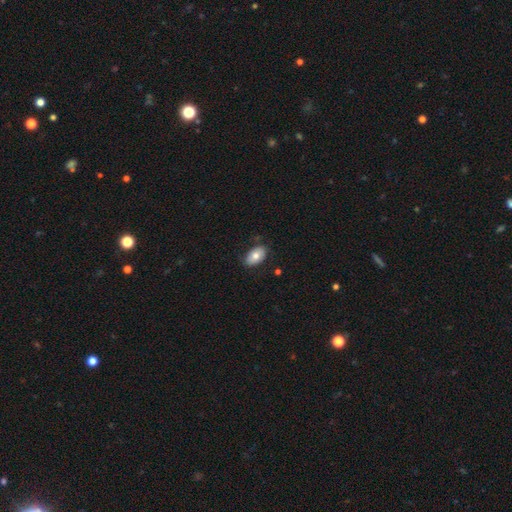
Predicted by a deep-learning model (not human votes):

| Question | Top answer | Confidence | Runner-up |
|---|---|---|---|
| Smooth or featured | smooth | 76% | featured or disk (17%) |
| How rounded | in between | 92% | round (7%) |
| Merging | none | 80% | minor disturbance (15%) |